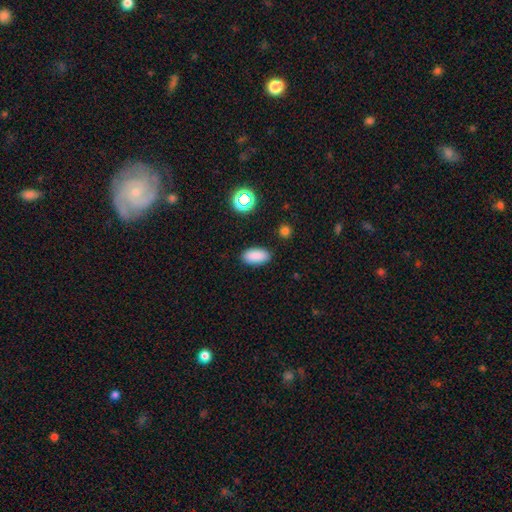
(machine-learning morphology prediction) type=smooth (86%); roundness=in between (92%); merging=none (87%).